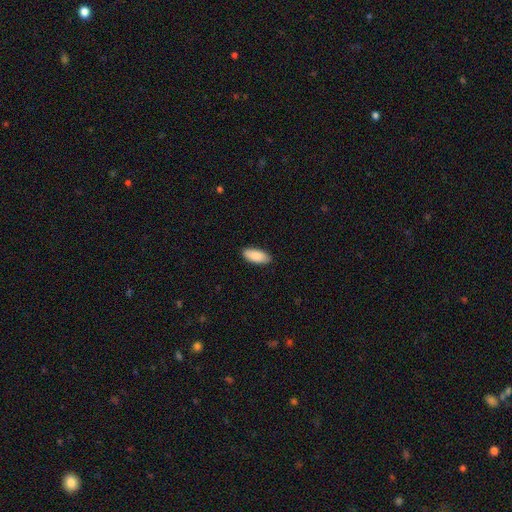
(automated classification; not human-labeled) The model was most divided on "how rounded": in between: 88%, cigar-shaped: 11%, round: 2%. More confident: merging — none (88%); smooth or featured — smooth (88%).